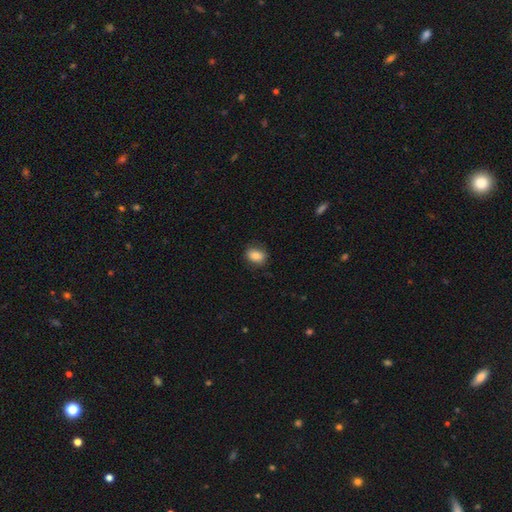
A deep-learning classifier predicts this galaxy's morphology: The model was most divided on "how rounded": in between: 66%, round: 33%, cigar-shaped: 1%. More confident: smooth or featured — smooth (84%); merging — none (81%).